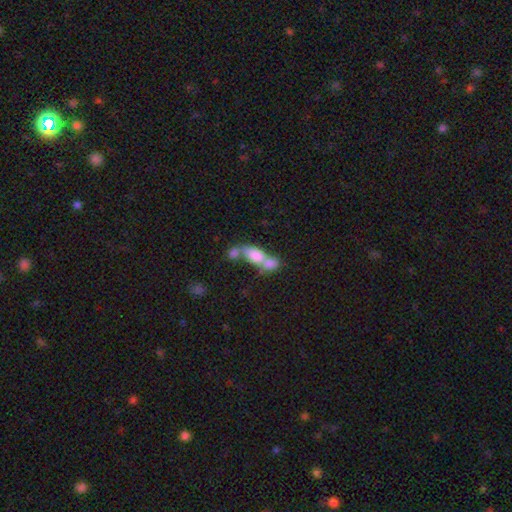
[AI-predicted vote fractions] Smooth or featured? Predicted: smooth (p=0.73). How rounded? Predicted: in between (p=0.78). Merging? Predicted: merger (p=0.70).